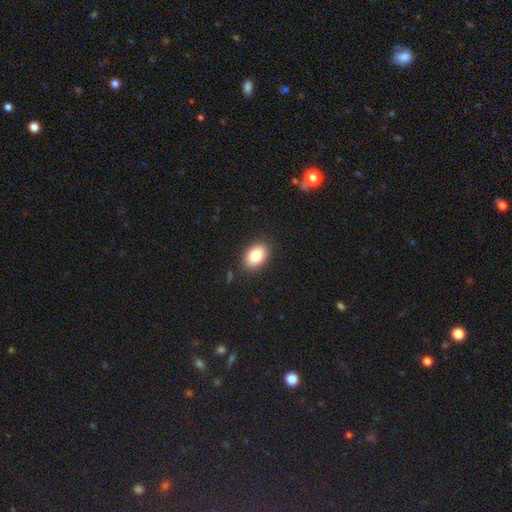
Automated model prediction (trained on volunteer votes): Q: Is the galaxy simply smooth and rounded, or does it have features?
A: smooth — 84%.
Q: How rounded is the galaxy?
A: in between — 81%.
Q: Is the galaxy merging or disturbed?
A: none — 88%.